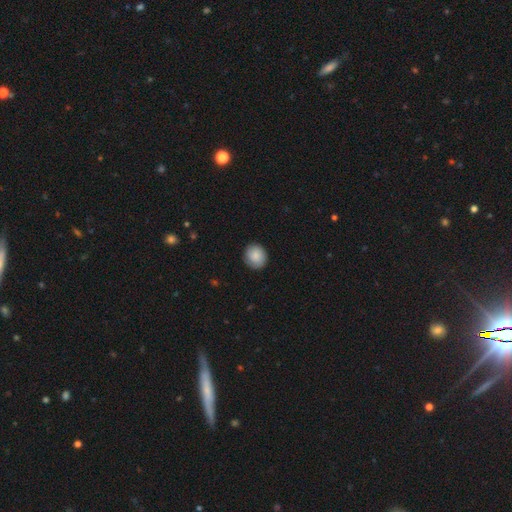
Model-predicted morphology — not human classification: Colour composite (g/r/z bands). It shows a smooth galaxy with no disk features (87%) that is round (80%). Merging: none (88%).